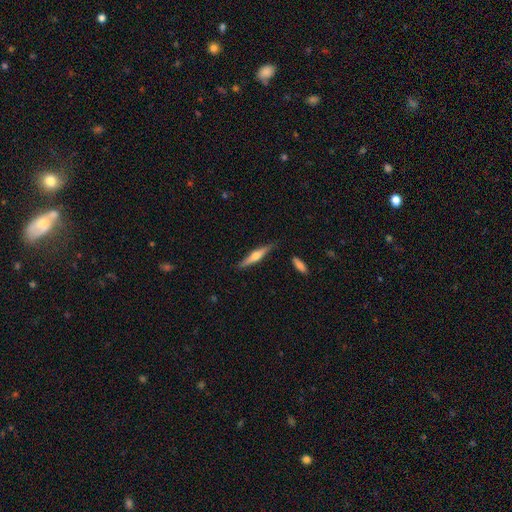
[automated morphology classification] Smooth or featured: featured or disk — 59% (smooth — 36%)
Edge-on disk: yes — 96% (no — 4%)
Edge-on bulge: rounded — 92% (none — 5%)
Merging: none — 85% (minor disturbance — 10%)